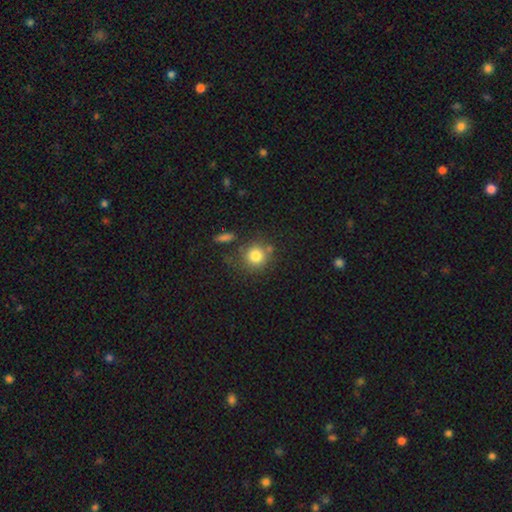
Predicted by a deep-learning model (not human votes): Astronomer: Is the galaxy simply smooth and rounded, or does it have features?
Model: smooth — 82%.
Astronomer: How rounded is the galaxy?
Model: round — 89%.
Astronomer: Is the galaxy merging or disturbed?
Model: none — 71%.